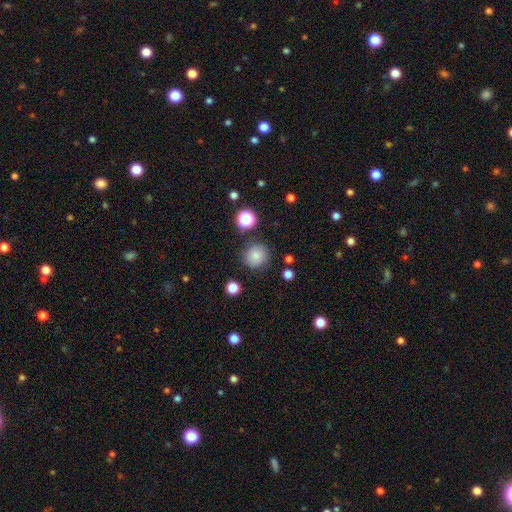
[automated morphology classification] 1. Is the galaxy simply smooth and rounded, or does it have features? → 79% smooth, 12% star or artifact, 8% featured or disk.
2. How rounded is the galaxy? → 93% round, 6% in between, 1% cigar-shaped.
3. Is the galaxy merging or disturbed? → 85% none, 10% minor disturbance, 3% major disturbance, 3% merger.